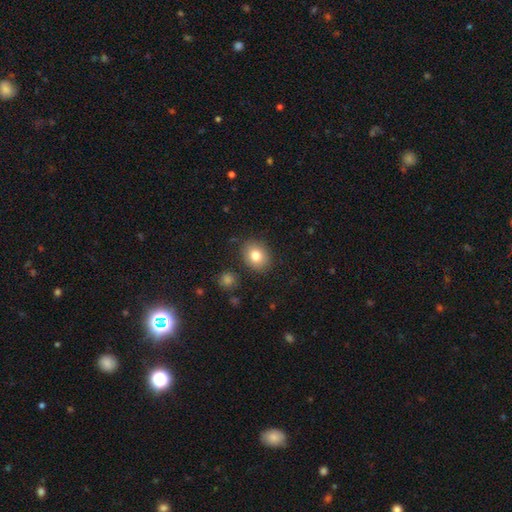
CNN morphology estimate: This appears to be a smooth galaxy with no disk features (81%) that is round (50%). Merging: none (86%).